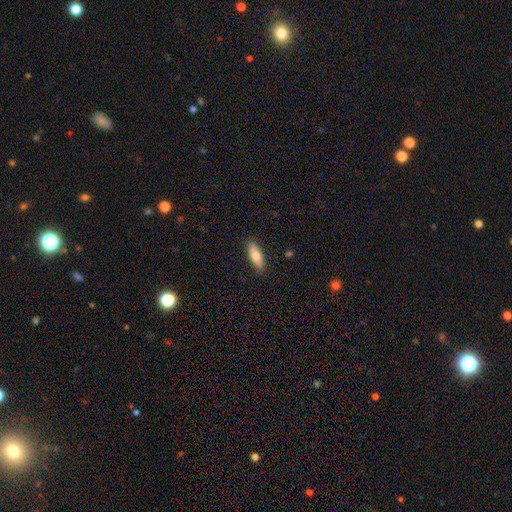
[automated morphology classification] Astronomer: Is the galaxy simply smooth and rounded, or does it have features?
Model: smooth — 74%.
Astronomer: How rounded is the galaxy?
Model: in between — 69%.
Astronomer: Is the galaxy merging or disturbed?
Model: none — 88%.